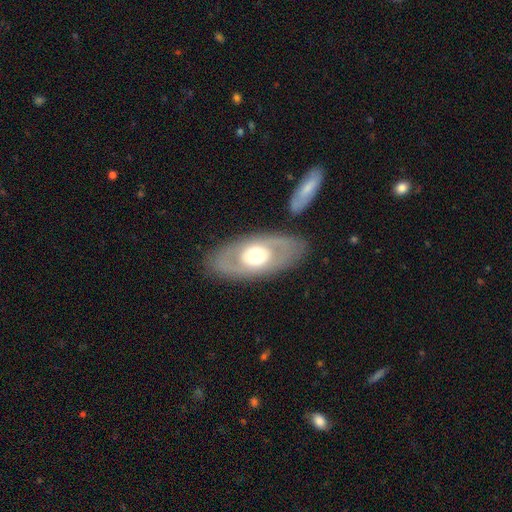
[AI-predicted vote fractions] Smooth or featured? featured or disk (60%)
Edge-on disk? no (86%)
Bar? no (83%)
Spiral arms? no (75%)
Bulge size? moderate (57%)
Merging? none (84%)